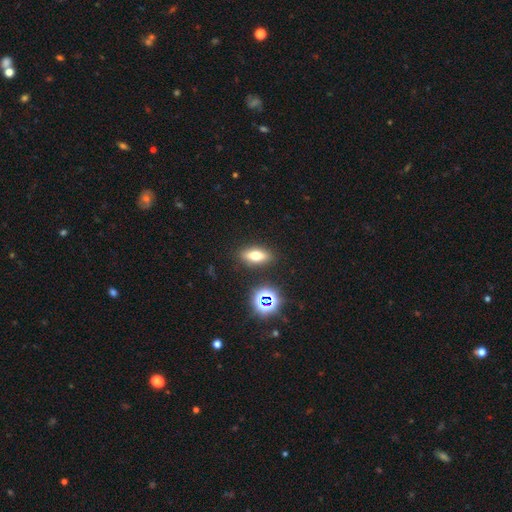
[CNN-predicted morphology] Smooth or featured? smooth (61%)
How rounded? in between (69%)
Merging? none (87%)